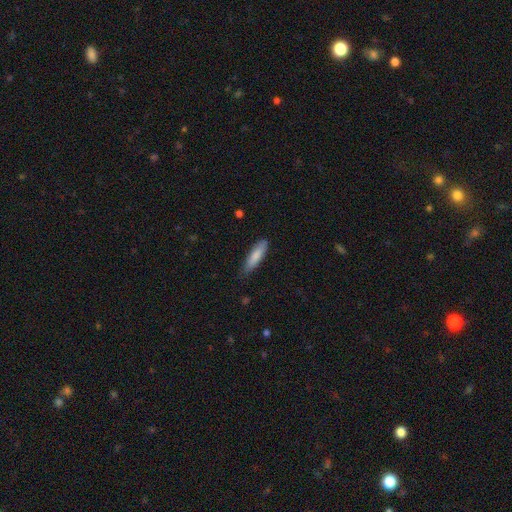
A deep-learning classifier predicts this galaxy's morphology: This appears to be a smooth galaxy with no disk features (82%) that is cigar-shaped (64%). Merging: none (76%).